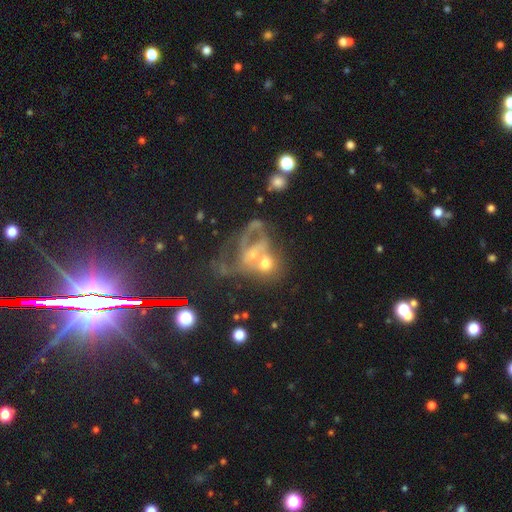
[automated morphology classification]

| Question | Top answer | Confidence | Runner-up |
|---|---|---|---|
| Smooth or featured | featured or disk | 52% | smooth (27%) |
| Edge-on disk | no | 96% | yes (4%) |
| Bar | no | 75% | weak (19%) |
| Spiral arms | no | 57% | yes (43%) |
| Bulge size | moderate | 41% | small (36%) |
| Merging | merger | 50% | major disturbance (24%) |